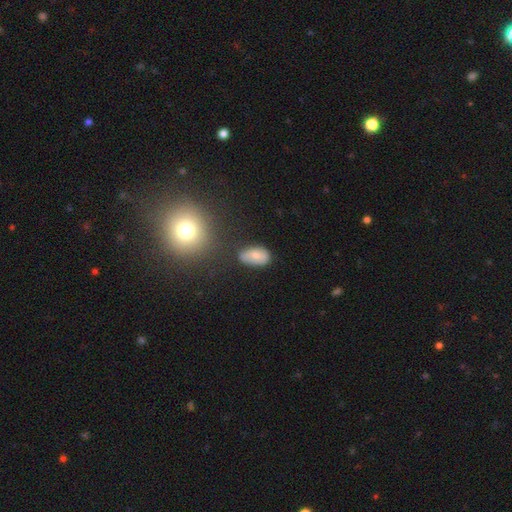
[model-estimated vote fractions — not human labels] Smooth or featured? Predicted: smooth (p=0.64). How rounded? Predicted: in between (p=0.90). Merging? Predicted: none (p=0.62).